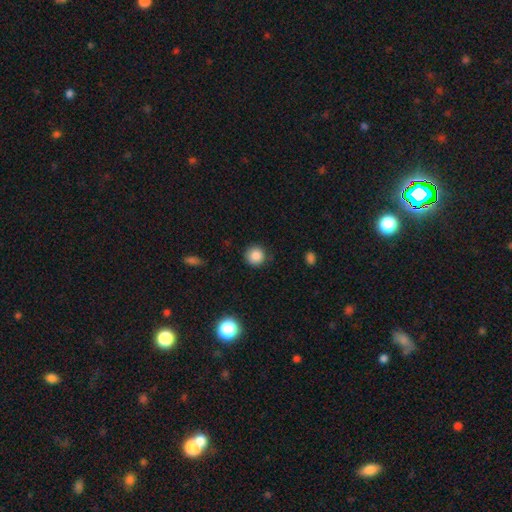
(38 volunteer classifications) A smooth galaxy with no disk features (84%) that is round (100%).

Vote fractions:
- Smooth or featured? smooth: 84% / star or artifact: 11% / featured or disk: 5%
- How rounded? round: 100% / in between: 0% / cigar-shaped: 0%
- Merging? none: 94% / minor disturbance: 3% / major disturbance: 3% / merger: 0%